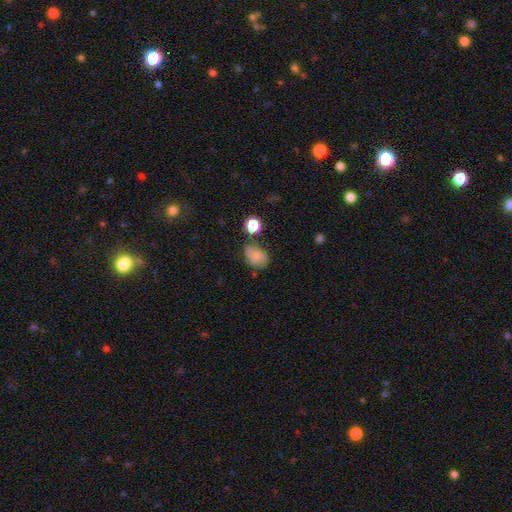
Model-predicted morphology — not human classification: Smooth or featured?
  - smooth: 73% *
  - featured or disk: 17%
  - star or artifact: 11%
How rounded?
  - in between: 68% *
  - round: 30%
  - cigar-shaped: 1%
Merging?
  - none: 60% *
  - minor disturbance: 24%
  - merger: 9%
  - major disturbance: 7%